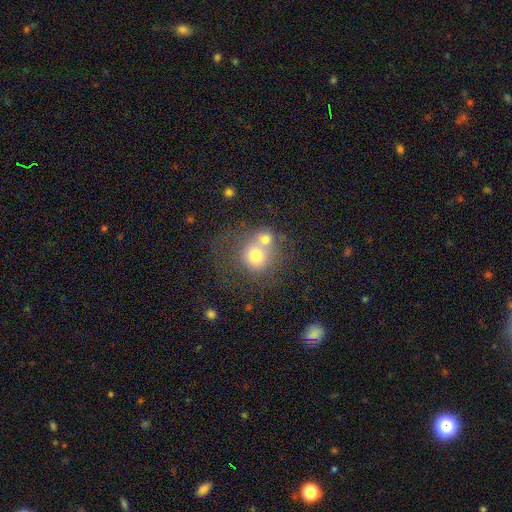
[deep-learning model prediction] A smooth galaxy with no disk features (68%) that is round (82%). Merging: merger (54%).